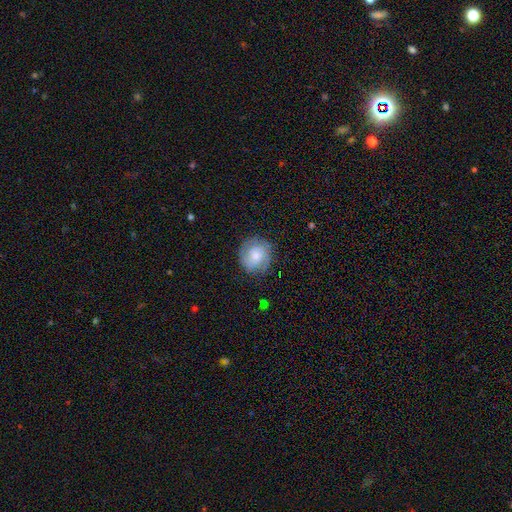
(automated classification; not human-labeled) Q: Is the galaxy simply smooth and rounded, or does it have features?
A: featured or disk — 49%.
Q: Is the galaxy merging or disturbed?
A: none — 78%.